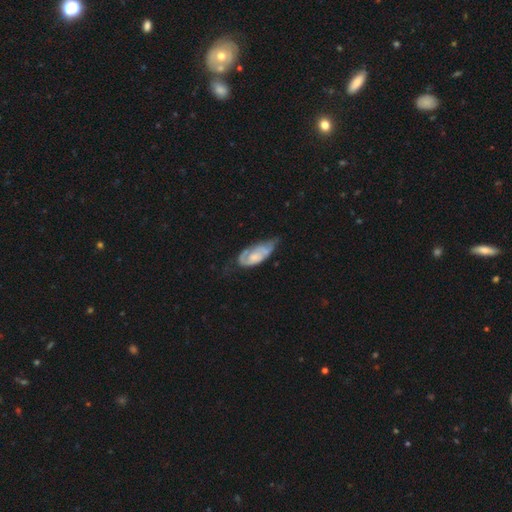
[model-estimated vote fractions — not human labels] smooth-or-featured: featured or disk: 58% | smooth: 36% | star or artifact: 6%
  disk-edge-on: no: 91% | yes: 9%
    bar: no: 77% | weak: 20% | strong: 4%
    has-spiral-arms: yes: 67% | no: 33%
    bulge-size: moderate: 39% | small: 33% | none: 16% | large: 10% | dominant: 2%
  merging: minor disturbance: 39% | none: 32% | major disturbance: 25% | merger: 3%